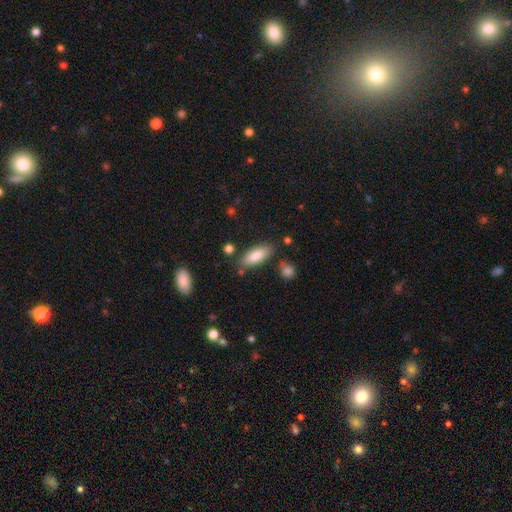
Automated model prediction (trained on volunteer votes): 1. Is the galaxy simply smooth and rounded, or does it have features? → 82% smooth, 11% featured or disk, 6% star or artifact.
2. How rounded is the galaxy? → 75% in between, 23% cigar-shaped, 2% round.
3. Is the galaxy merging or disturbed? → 79% none, 13% minor disturbance, 5% merger, 3% major disturbance.